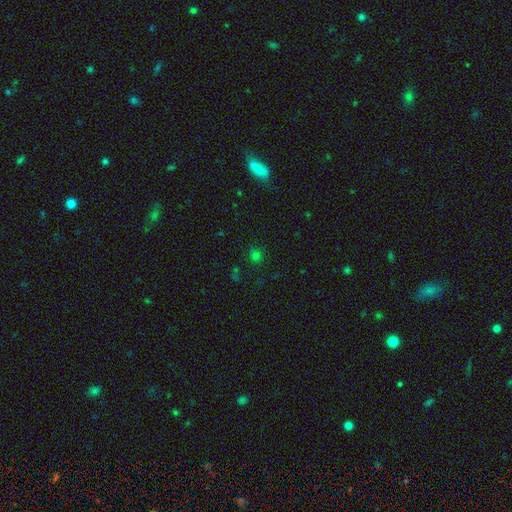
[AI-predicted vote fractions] smooth-or-featured: smooth: 64% | star or artifact: 29% | featured or disk: 6%
  how-rounded: round: 80% | in between: 19% | cigar-shaped: 1%
  merging: none: 75% | minor disturbance: 15% | major disturbance: 6% | merger: 4%